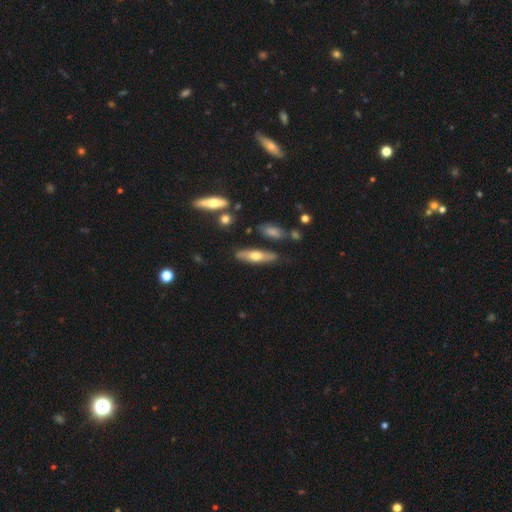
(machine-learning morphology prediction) Smooth or featured: smooth — 52% (featured or disk — 42%)
How rounded: cigar-shaped — 63% (in between — 34%)
Merging: none — 77% (minor disturbance — 15%)